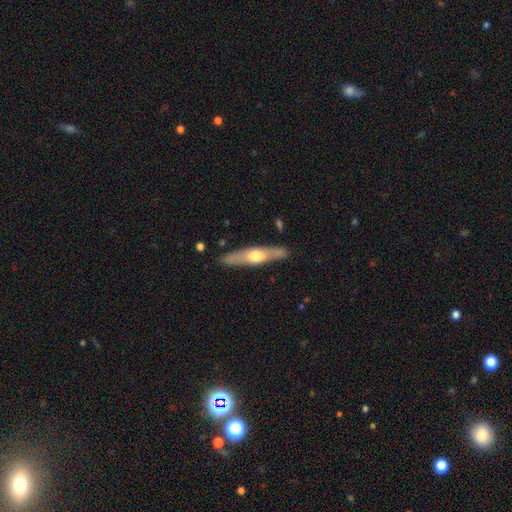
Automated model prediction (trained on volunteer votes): This is possibly a featured or disk galaxy (57%). It is clearly viewed edge-on (89%). Edge-on bulge: clearly rounded (92%). Merging: clearly none (87%).